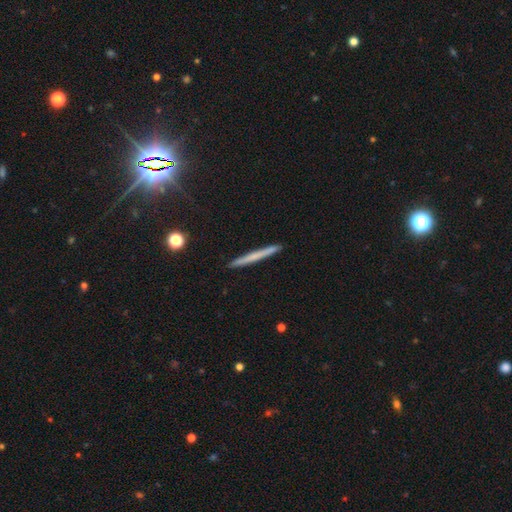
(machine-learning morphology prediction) Smooth or featured?
  - smooth: 53% *
  - featured or disk: 39%
  - star or artifact: 8%
How rounded?
  - cigar-shaped: 97% *
  - in between: 2%
  - round: 2%
Merging?
  - none: 92% *
  - minor disturbance: 6%
  - major disturbance: 1%
  - merger: 1%